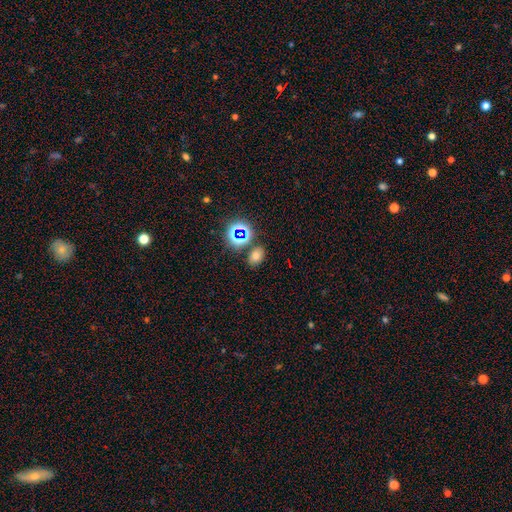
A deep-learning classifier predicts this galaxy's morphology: This is likely a smooth galaxy (68%). How rounded: likely in between (75%). Merging: likely none (79%).